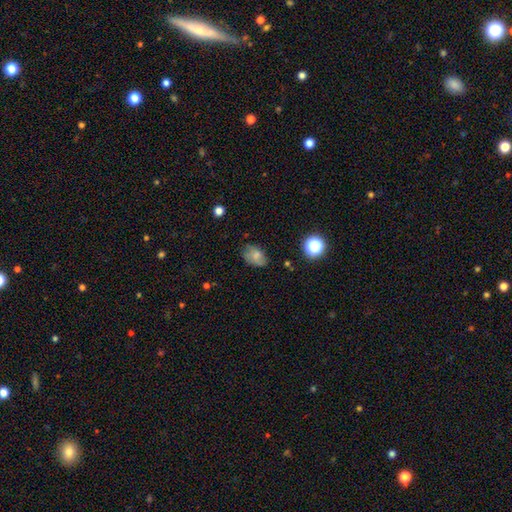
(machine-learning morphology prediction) A smooth galaxy with no disk features (71%) that is in between round and cigar-shaped (81%). Merging: none (63%).